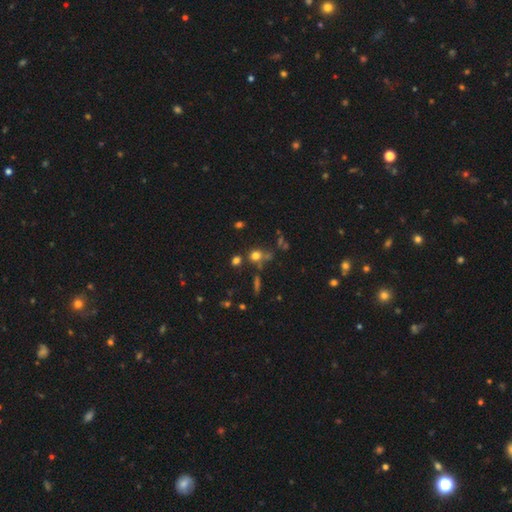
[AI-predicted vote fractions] A smooth galaxy with no disk features (68%) that is round (81%). Merging: none (60%).